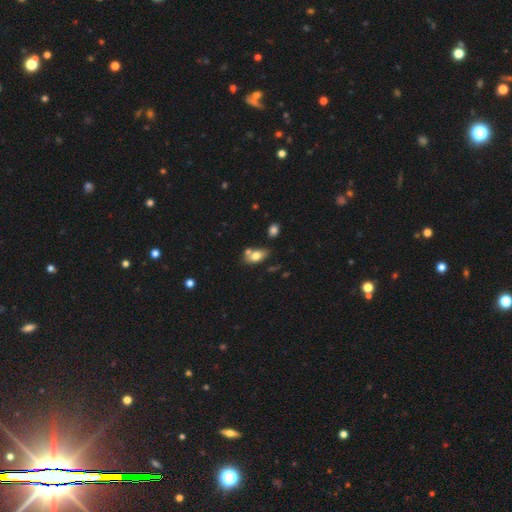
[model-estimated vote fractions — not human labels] A smooth galaxy with no disk features (73%) that is in between round and cigar-shaped (89%).

Vote fractions:
- Smooth or featured? smooth: 73% / featured or disk: 19% / star or artifact: 8%
- How rounded? in between: 89% / round: 6% / cigar-shaped: 5%
- Merging? none: 56% / merger: 25% / minor disturbance: 15% / major disturbance: 4%